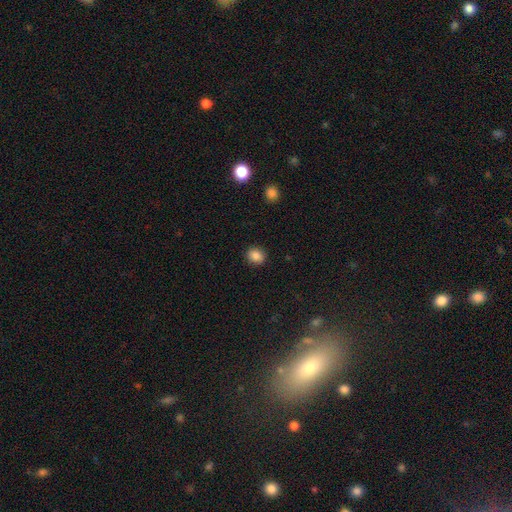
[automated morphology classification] A smooth galaxy with no disk features (85%) that is round (73%). Merging: none (90%).